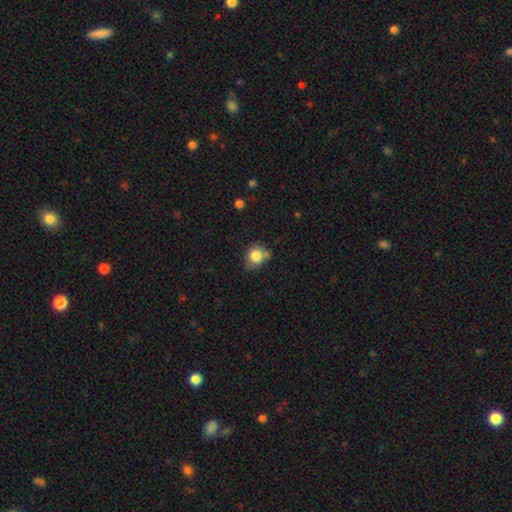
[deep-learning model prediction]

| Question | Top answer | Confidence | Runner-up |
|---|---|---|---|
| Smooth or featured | smooth | 80% | star or artifact (10%) |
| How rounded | round | 77% | in between (22%) |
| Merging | none | 56% | minor disturbance (25%) |